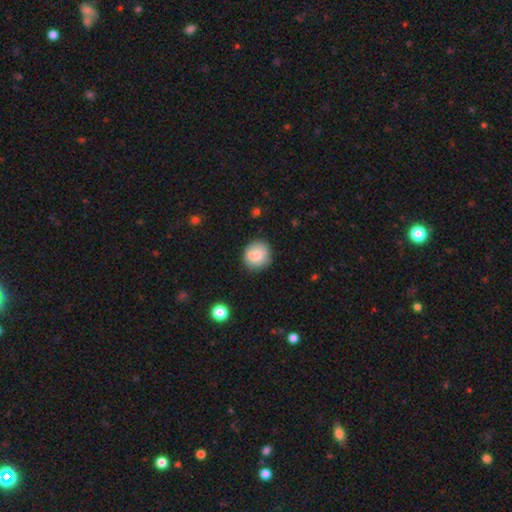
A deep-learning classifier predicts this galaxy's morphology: Overall: smooth (81%). How rounded: round (81%). Merging: none (71%).